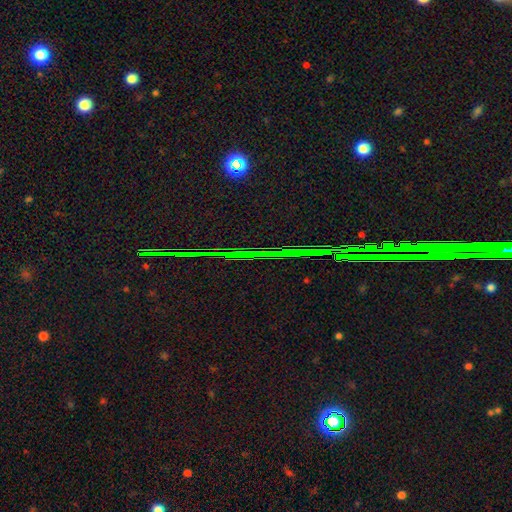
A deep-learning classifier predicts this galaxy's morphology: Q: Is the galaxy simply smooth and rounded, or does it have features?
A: star or artifact — 82%.